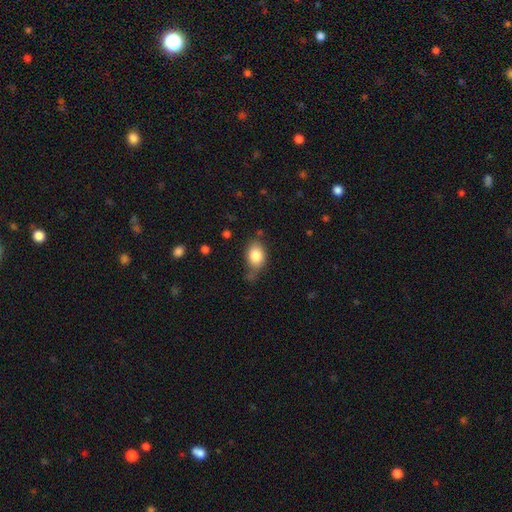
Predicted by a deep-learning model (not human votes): Smooth or featured? Predicted: smooth (p=0.83). How rounded? Predicted: in between (p=0.77). Merging? Predicted: none (p=0.63).